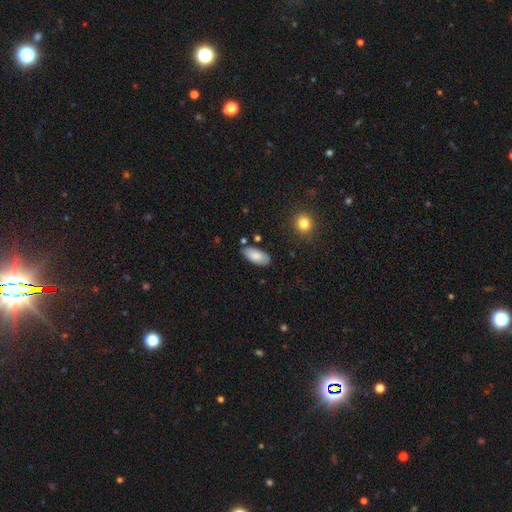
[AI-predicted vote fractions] Smooth or featured? Predicted: smooth (p=0.84). How rounded? Predicted: in between (p=0.91). Merging? Predicted: none (p=0.81).